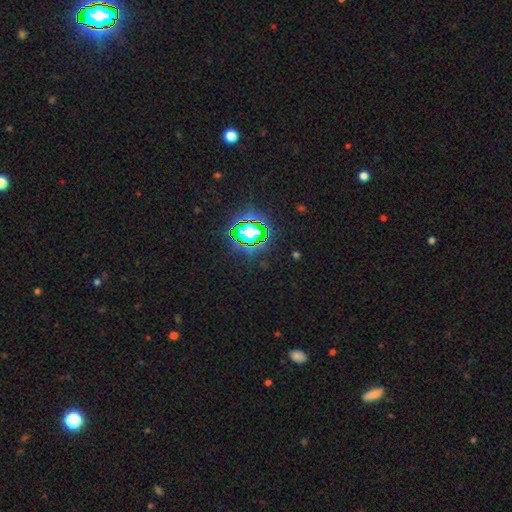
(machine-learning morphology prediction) smooth_or_featured: star or artifact (p=0.81) [alt: smooth p=0.11]